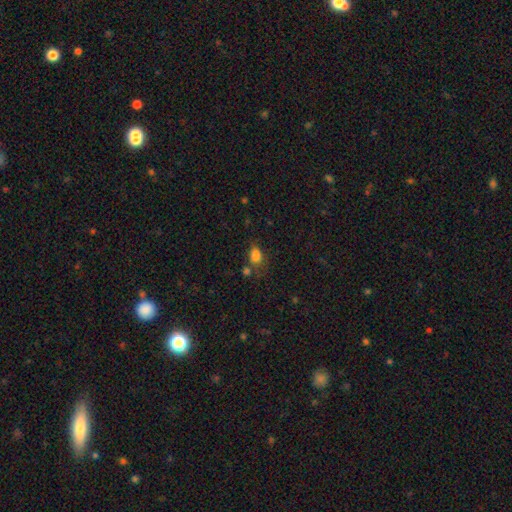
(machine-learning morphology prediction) Smooth or featured? smooth (81%)
How rounded? in between (79%)
Merging? none (54%)